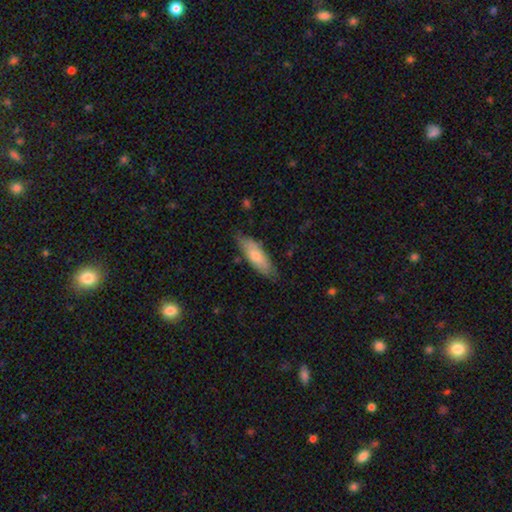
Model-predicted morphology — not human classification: smooth-or-featured: smooth: 68% | featured or disk: 26% | star or artifact: 6%
  how-rounded: in between: 53% | cigar-shaped: 45% | round: 2%
  merging: none: 77% | minor disturbance: 19% | major disturbance: 3% | merger: 2%